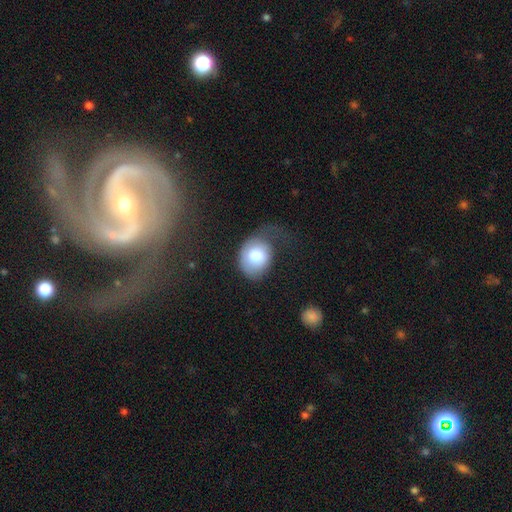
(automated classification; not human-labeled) smooth 72%, featured or disk 21%, star or artifact 6%. Down the decision tree: how rounded — round (50%); merging — major disturbance (42%).